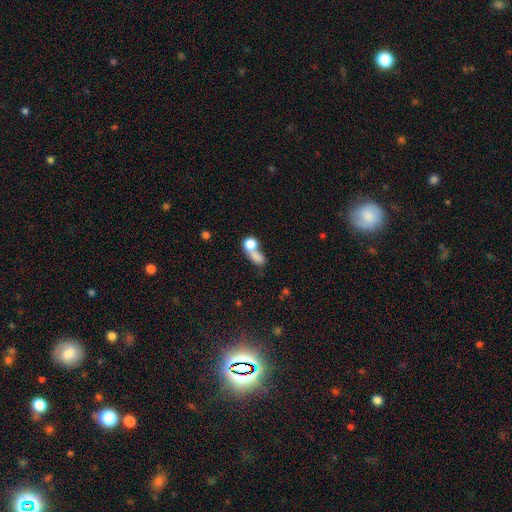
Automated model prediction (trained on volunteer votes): Q: Smooth or featured?
A: smooth (75%); runner-up: featured or disk (14%)
Q: How rounded?
A: in between (52%); runner-up: round (39%)
Q: Merging?
A: merger (54%); runner-up: none (25%)